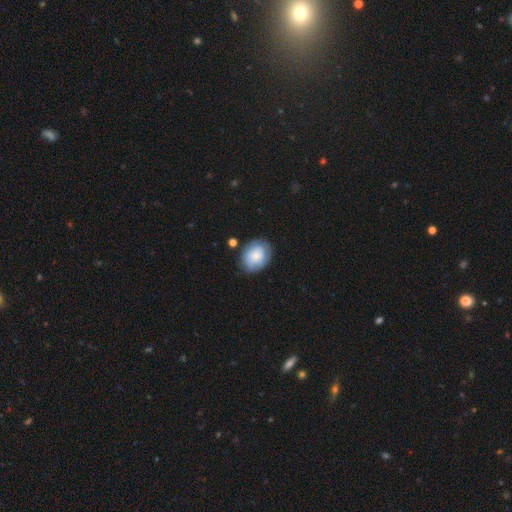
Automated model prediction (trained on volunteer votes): smooth 67%, featured or disk 26%, star or artifact 8%. Down the decision tree: how rounded — in between (61%); merging — none (72%).